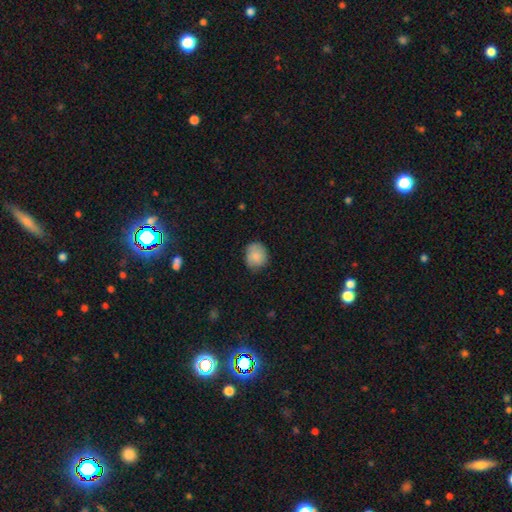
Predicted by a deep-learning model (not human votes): Overall: smooth (83%). How rounded: round (70%). Merging: none (73%).